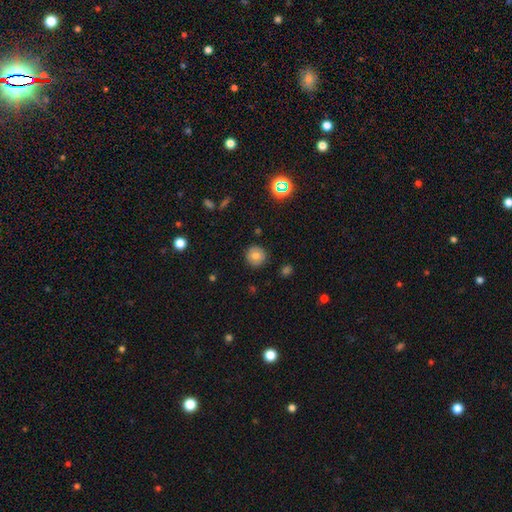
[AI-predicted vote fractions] This is likely a smooth galaxy (75%). How rounded: clearly round (94%). Merging: clearly none (89%).